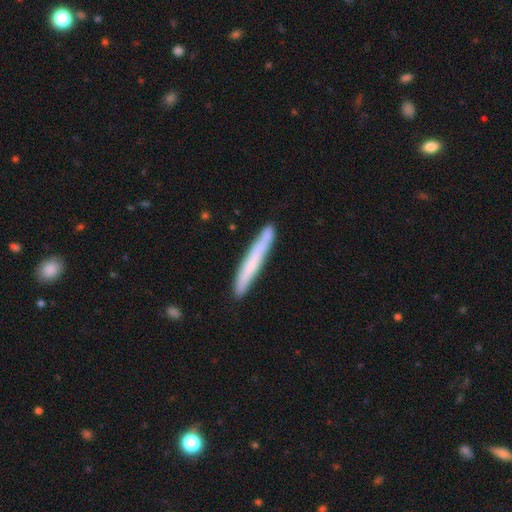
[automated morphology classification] The model was most divided on "smooth or featured": smooth: 60%, featured or disk: 34%, star or artifact: 6%. More confident: how rounded — cigar-shaped (96%); merging — none (84%).